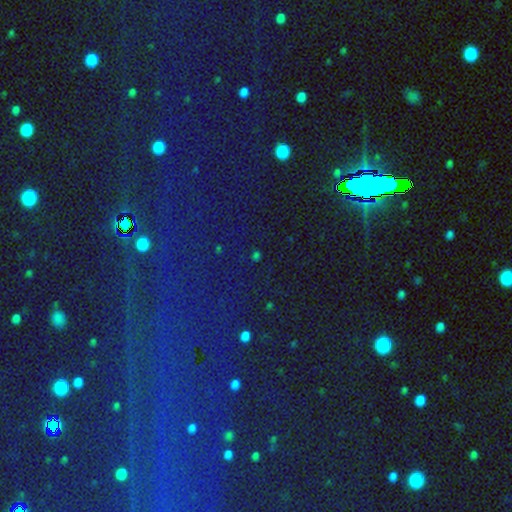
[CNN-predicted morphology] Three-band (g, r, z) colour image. It shows a star or artifact, not a galaxy (71%).